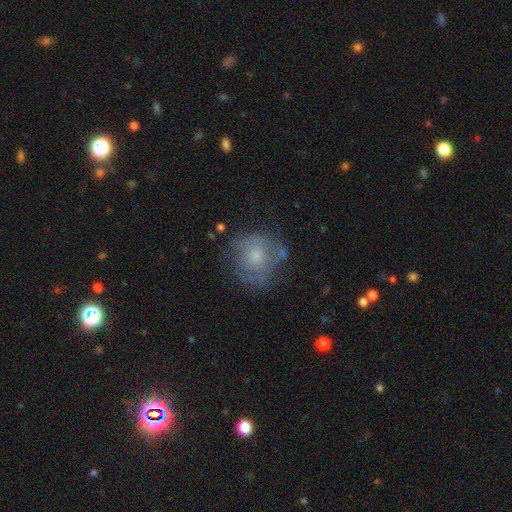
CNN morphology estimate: This appears to be a smooth galaxy with no disk features (48%). Merging: none (54%).